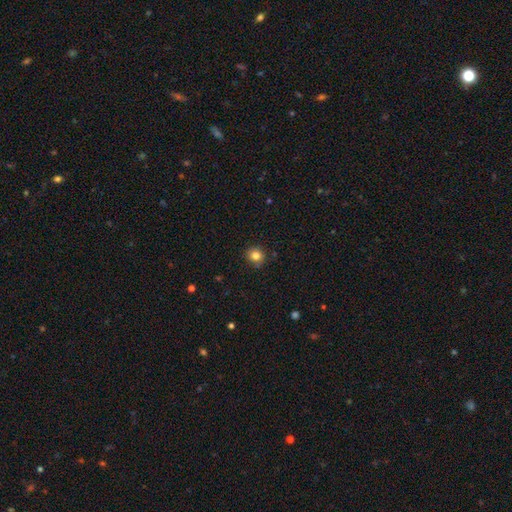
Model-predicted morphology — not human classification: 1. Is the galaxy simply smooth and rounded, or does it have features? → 83% smooth, 12% star or artifact, 6% featured or disk.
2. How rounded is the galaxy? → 88% round, 11% in between, 1% cigar-shaped.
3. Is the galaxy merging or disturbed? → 85% none, 11% minor disturbance, 2% major disturbance, 2% merger.